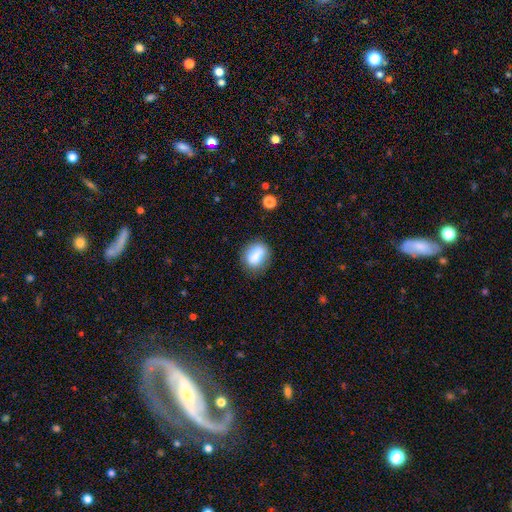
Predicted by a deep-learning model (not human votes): Smooth or featured: smooth — 80% (featured or disk — 11%)
How rounded: in between — 58% (round — 40%)
Merging: none — 70% (minor disturbance — 20%)